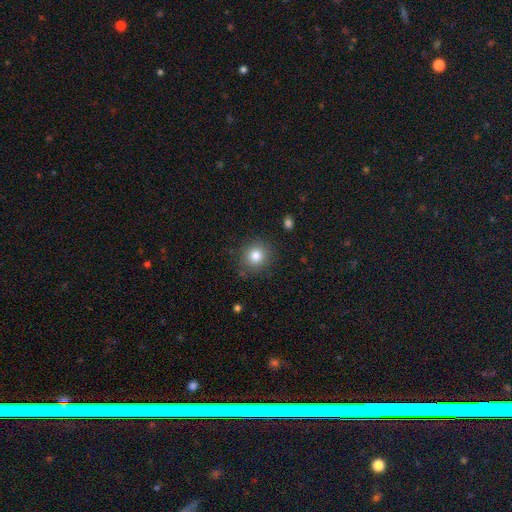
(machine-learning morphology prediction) This appears to be a smooth galaxy with no disk features (81%) that is round (88%). Merging: none (85%).